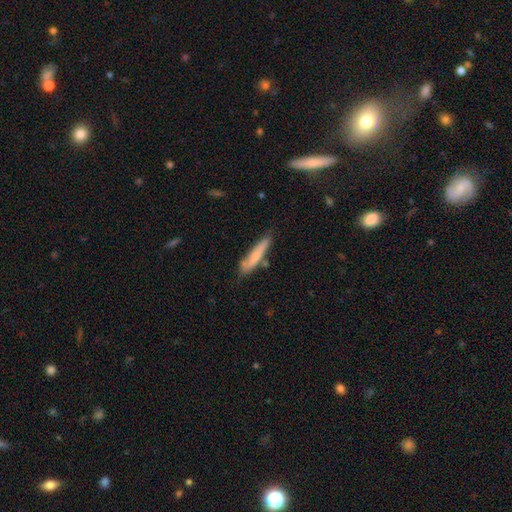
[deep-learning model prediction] Overall: smooth (66%; featured or disk 28%). How rounded: cigar-shaped (88%). Merging: none (69%).